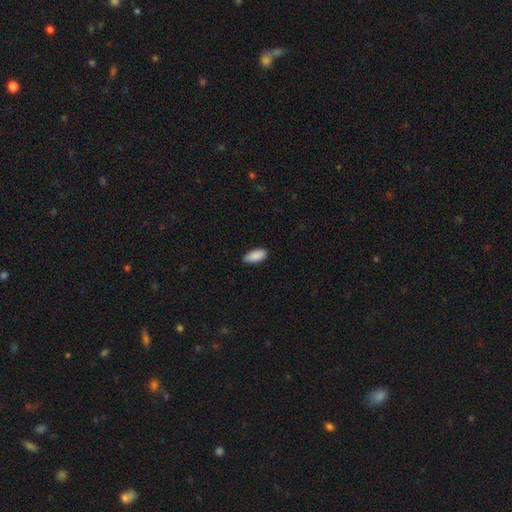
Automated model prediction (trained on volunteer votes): Smooth or featured? Predicted: smooth (p=0.90). How rounded? Predicted: in between (p=0.87). Merging? Predicted: none (p=0.85).